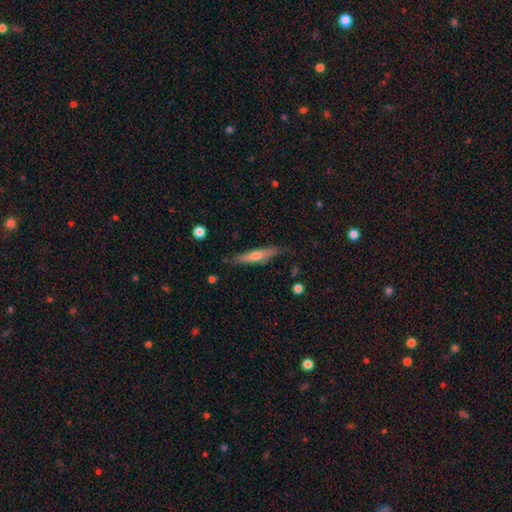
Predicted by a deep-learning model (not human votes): This is possibly a featured or disk galaxy (53%). It is clearly viewed edge-on (93%). Merging: likely none (80%).